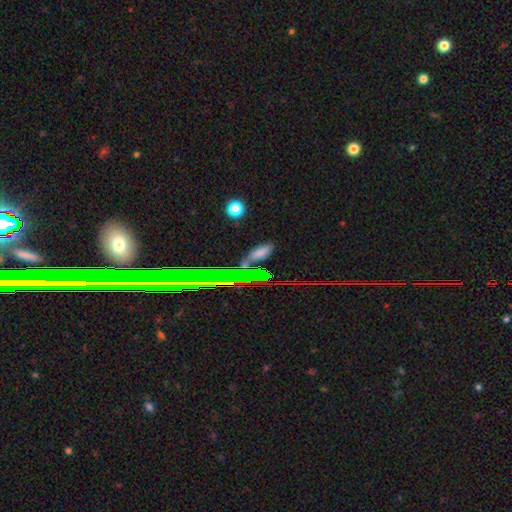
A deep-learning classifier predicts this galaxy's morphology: Smooth or featured? Predicted: star or artifact (p=0.45).